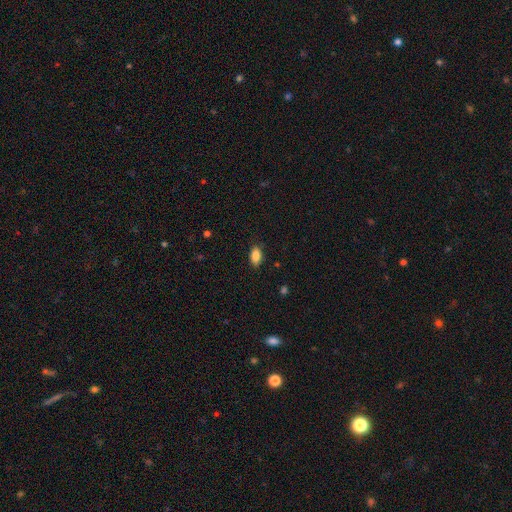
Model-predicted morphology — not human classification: Smooth or featured: smooth — 86% (star or artifact — 8%)
How rounded: in between — 91% (round — 6%)
Merging: none — 86% (minor disturbance — 11%)